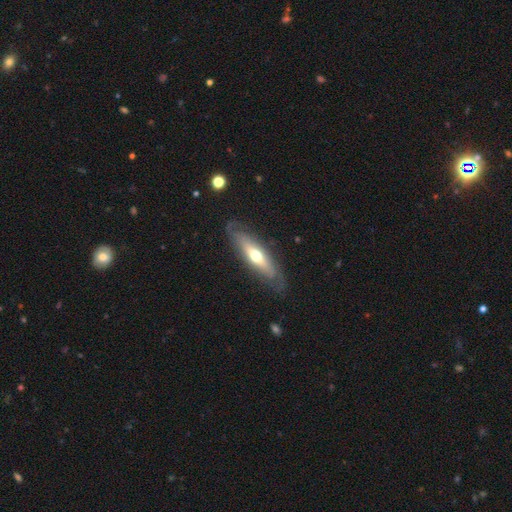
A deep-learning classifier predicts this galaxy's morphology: Smooth or featured? featured or disk (55%)
Edge-on disk? yes (55%)
Merging? none (77%)